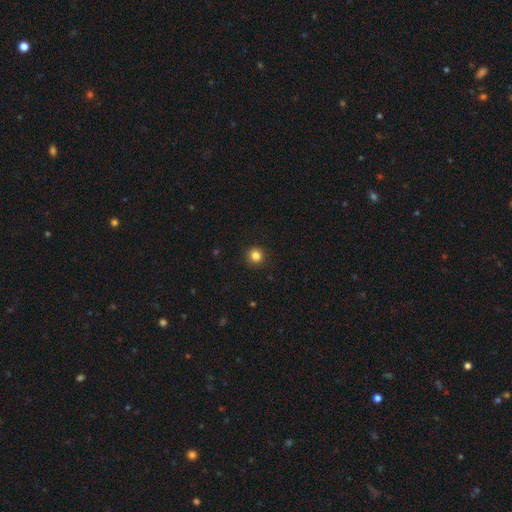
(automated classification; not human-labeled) Smooth or featured: smooth — 84% (star or artifact — 12%)
How rounded: round — 94% (in between — 5%)
Merging: none — 92% (minor disturbance — 5%)